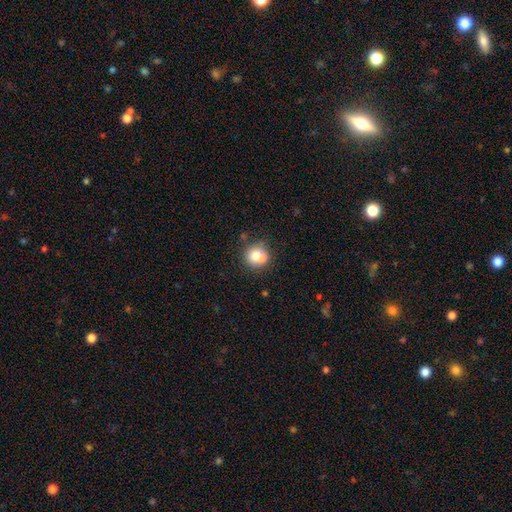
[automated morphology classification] A smooth galaxy with no disk features (72%) that is round (83%). Merging: none (48%).